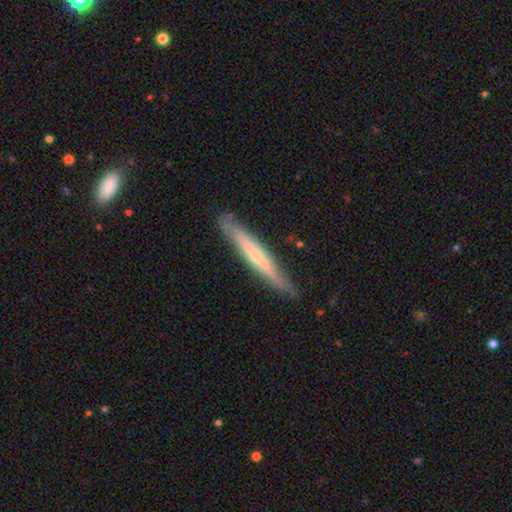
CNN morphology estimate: This appears to be a featured or disk galaxy (57%) viewed edge-on (90%) with a rounded central bulge (50%). Merging: none (84%).